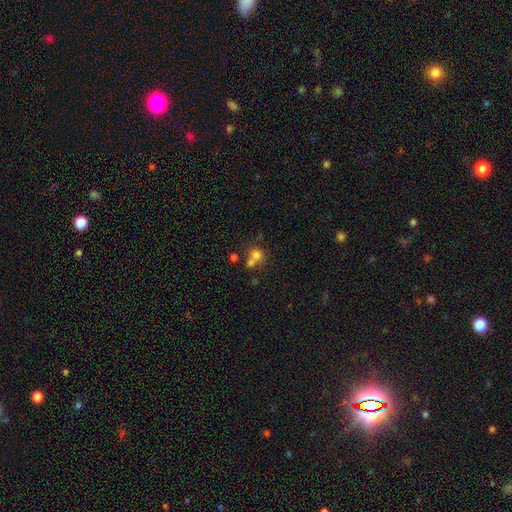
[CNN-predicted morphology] This is likely a smooth galaxy (71%). How rounded: likely round (77%). Merging: possibly merger (46%).